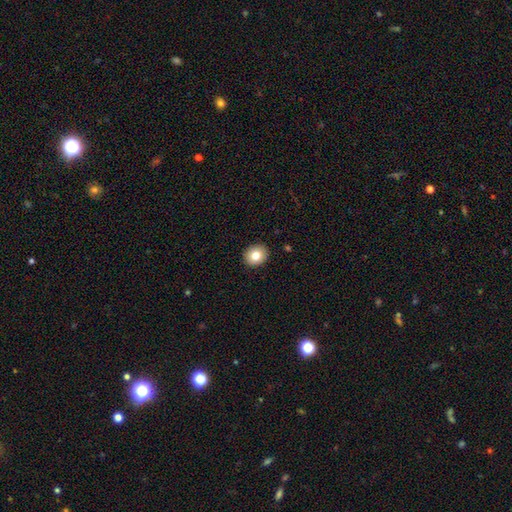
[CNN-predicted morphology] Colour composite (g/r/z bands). It shows a smooth galaxy with no disk features (80%) that is round (70%). Merging: none (91%).